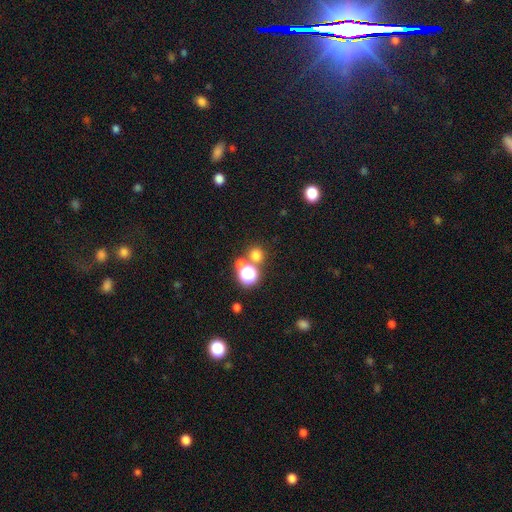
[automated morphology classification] This is likely a smooth galaxy (67%). How rounded: clearly round (90%). Merging: likely none (70%).